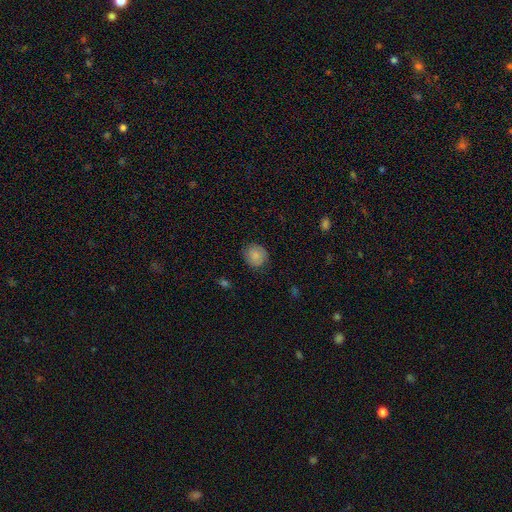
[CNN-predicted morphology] Q: Smooth or featured?
A: smooth (83%); runner-up: featured or disk (9%)
Q: How rounded?
A: round (86%); runner-up: in between (13%)
Q: Merging?
A: none (83%); runner-up: minor disturbance (13%)